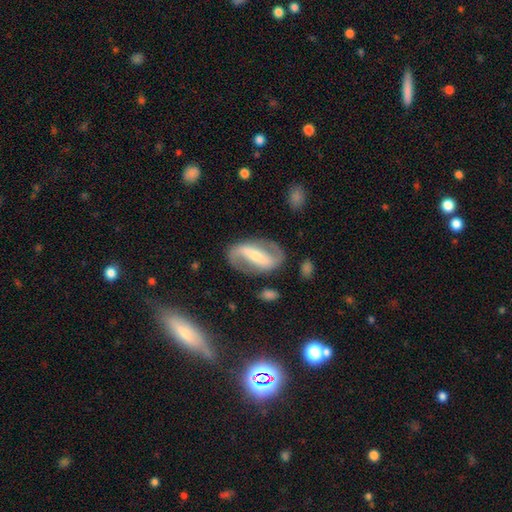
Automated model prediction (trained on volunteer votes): smooth_or_featured: featured or disk (p=0.83) [alt: smooth p=0.12]
disk_edge_on: no (p=0.94) [alt: yes p=0.06]
bar: strong (p=0.70) [alt: weak p=0.19]
has_spiral_arms: yes (p=0.89) [alt: no p=0.11]
spiral_winding: medium (p=0.42) [alt: loose p=0.38]
spiral_arm_count: 2 (p=0.90) [alt: can't tell p=0.04]
bulge_size: small (p=0.52) [alt: moderate p=0.35]
merging: none (p=0.79) [alt: minor disturbance p=0.13]